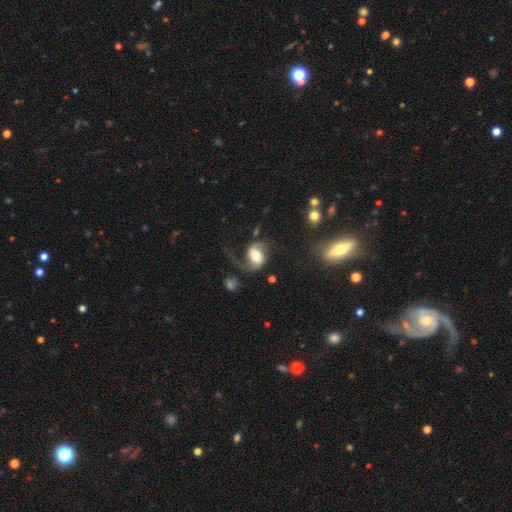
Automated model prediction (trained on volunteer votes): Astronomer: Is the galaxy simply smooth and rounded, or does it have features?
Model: featured or disk — 65%.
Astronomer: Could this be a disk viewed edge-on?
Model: no — 97%.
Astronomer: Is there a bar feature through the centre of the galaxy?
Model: no — 41% (runner-up: weak, 38%).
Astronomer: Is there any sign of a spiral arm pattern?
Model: yes — 89%.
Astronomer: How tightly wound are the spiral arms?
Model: loose — 61%.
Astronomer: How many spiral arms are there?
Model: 2 — 80%.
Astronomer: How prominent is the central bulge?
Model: moderate — 54%.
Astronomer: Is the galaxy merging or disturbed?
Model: none — 48% (runner-up: major disturbance, 29%).